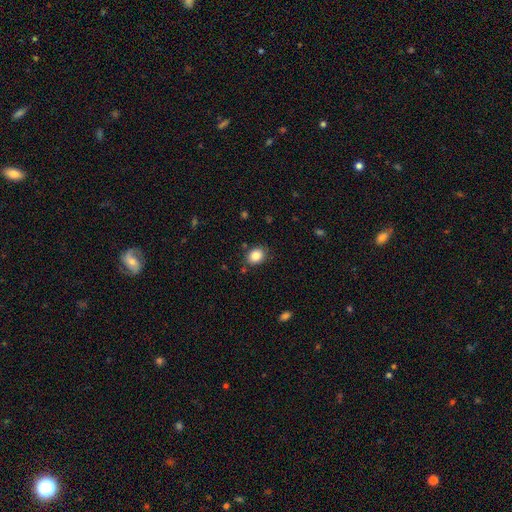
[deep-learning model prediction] The model was most divided on "how rounded": in between: 52%, round: 47%, cigar-shaped: 1%. More confident: smooth or featured — smooth (85%); merging — none (83%).